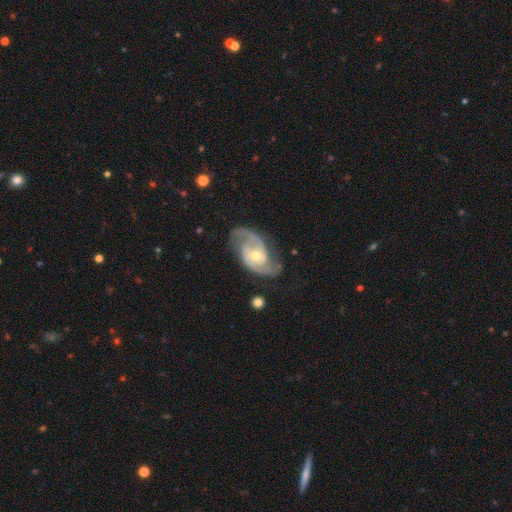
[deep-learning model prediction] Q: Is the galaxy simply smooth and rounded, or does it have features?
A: featured or disk — 91%.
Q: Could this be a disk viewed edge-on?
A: no — 97%.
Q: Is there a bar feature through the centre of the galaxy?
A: no — 59%.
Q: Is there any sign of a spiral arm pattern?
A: yes — 97%.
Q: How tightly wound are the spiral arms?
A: medium — 53%.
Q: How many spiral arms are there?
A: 2 — 89%.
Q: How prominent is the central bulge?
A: moderate — 59%.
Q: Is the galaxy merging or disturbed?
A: none — 73%.